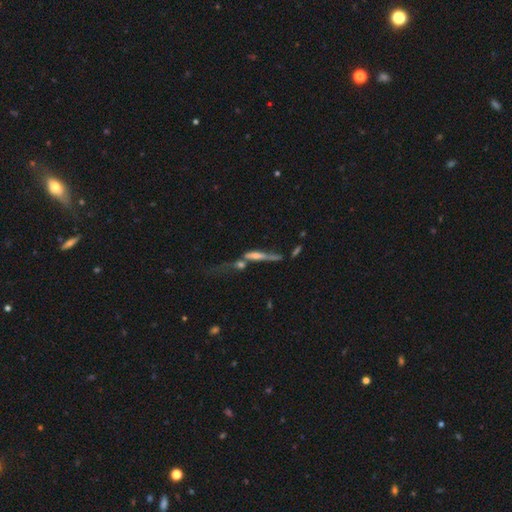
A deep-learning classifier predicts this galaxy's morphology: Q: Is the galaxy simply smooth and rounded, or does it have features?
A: featured or disk — 59%.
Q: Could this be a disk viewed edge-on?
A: yes — 73%.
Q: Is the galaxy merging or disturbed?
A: merger — 41%.